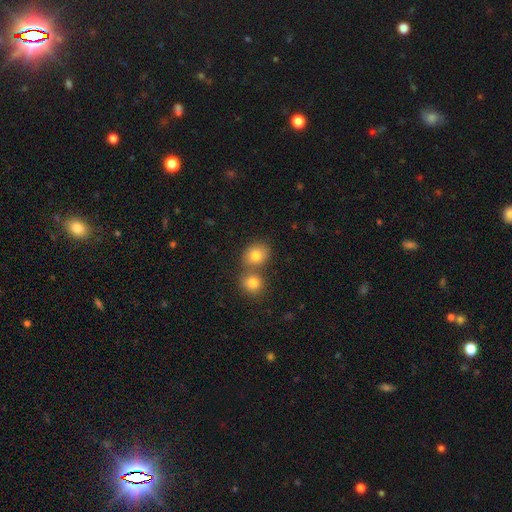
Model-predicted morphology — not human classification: Smooth or featured?
  - smooth: 80% *
  - star or artifact: 11%
  - featured or disk: 10%
How rounded?
  - round: 66% *
  - in between: 33%
  - cigar-shaped: 1%
Merging?
  - none: 48% *
  - merger: 42%
  - minor disturbance: 8%
  - major disturbance: 2%